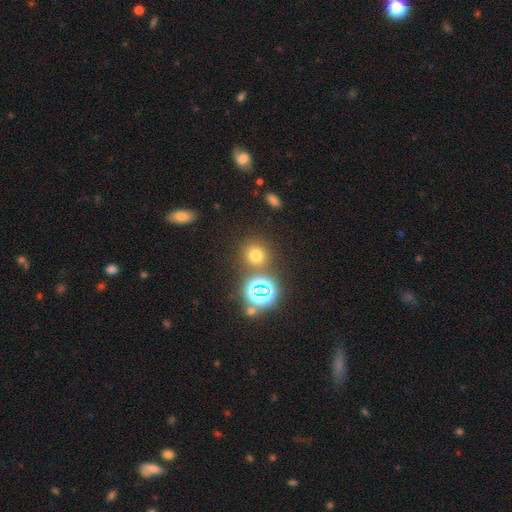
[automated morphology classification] This is likely a smooth galaxy (65%). How rounded: clearly round (86%). Merging: likely none (79%).